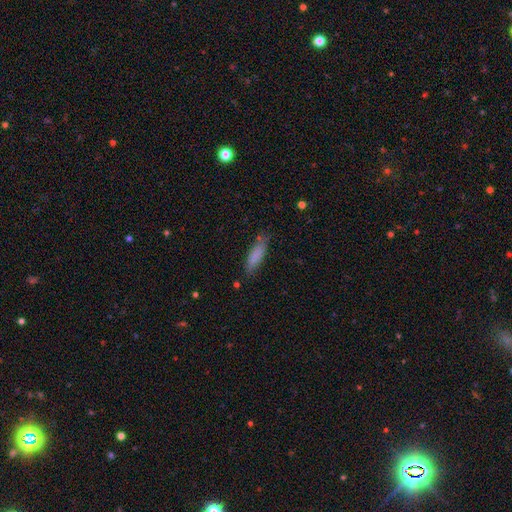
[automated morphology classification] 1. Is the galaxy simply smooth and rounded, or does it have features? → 83% smooth, 10% featured or disk, 7% star or artifact.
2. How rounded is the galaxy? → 56% cigar-shaped, 42% in between, 2% round.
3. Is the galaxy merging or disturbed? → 74% none, 19% minor disturbance, 4% major disturbance, 2% merger.